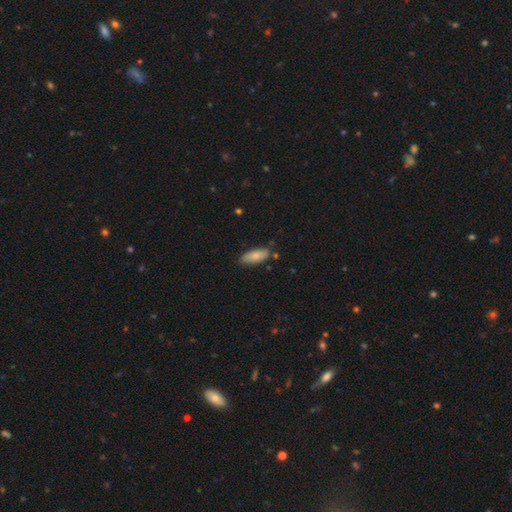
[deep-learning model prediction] Overall: smooth (82%). How rounded: in between (78%). Merging: none (76%).